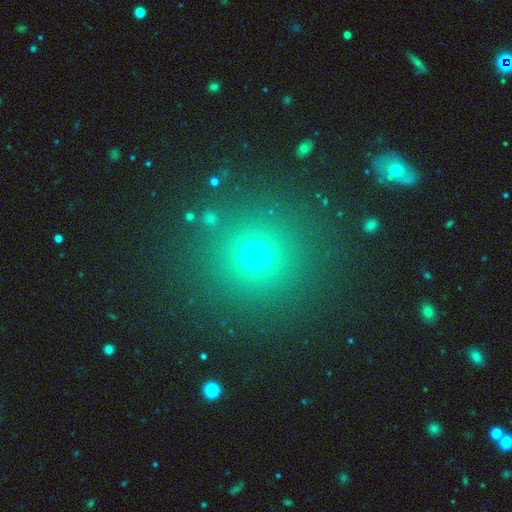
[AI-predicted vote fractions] This is likely a smooth galaxy (64%). How rounded: clearly round (94%). Merging: clearly none (89%).